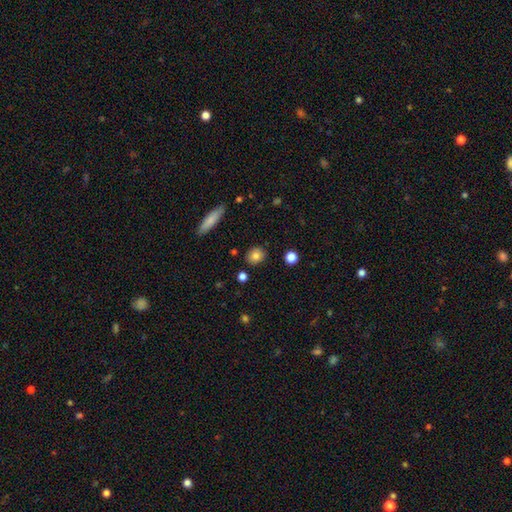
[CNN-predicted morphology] Smooth or featured? smooth (84%)
How rounded? round (68%)
Merging? none (88%)